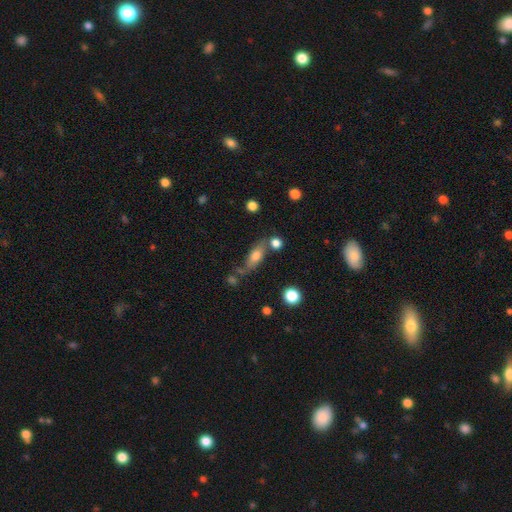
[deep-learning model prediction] This appears to be a smooth galaxy with no disk features (65%) that is in between round and cigar-shaped (66%). Merging: none (59%).